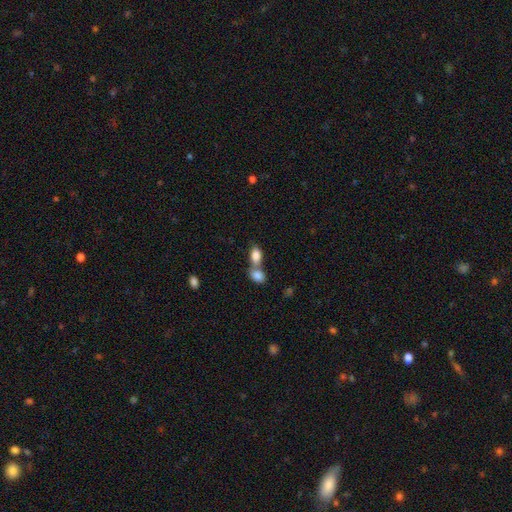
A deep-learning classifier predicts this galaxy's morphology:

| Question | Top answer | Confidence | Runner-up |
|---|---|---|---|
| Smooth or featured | smooth | 84% | featured or disk (8%) |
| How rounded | in between | 85% | round (13%) |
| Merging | merger | 62% | none (28%) |